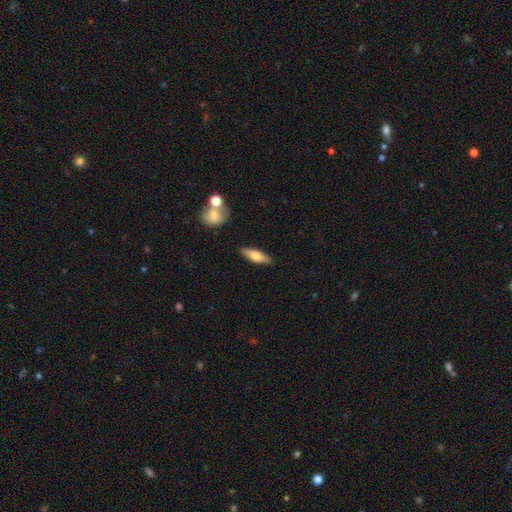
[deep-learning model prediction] smooth 68%, featured or disk 26%, star or artifact 6%. Down the decision tree: how rounded — in between (51%); merging — none (86%).